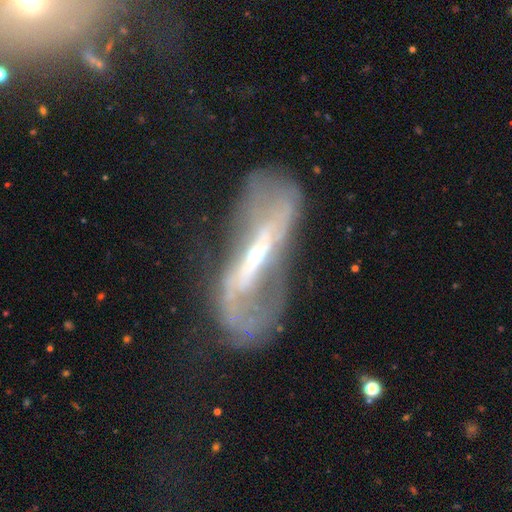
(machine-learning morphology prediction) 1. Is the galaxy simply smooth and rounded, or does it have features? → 80% featured or disk, 13% smooth, 8% star or artifact.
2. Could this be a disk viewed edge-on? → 78% no, 22% yes.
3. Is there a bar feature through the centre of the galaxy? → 52% strong, 25% weak, 23% no.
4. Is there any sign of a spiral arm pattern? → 70% yes, 30% no.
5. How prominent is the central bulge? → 68% small, 26% moderate, 2% large, 2% none, 1% dominant.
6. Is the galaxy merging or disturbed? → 42% none, 31% major disturbance, 21% minor disturbance, 5% merger.